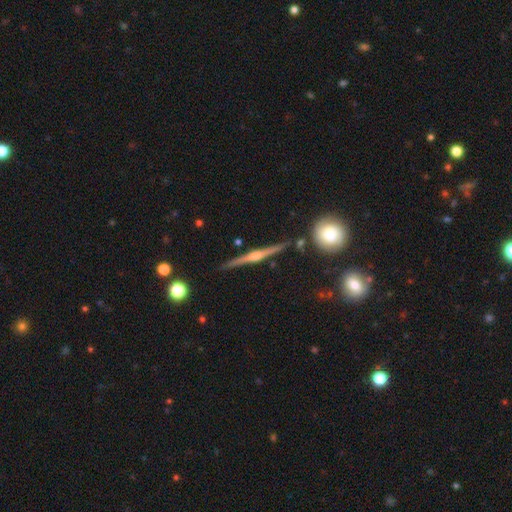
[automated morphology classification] Smooth or featured? Predicted: featured or disk (p=0.84). Edge-on disk? Predicted: yes (p=0.98). Edge-on bulge? Predicted: rounded (p=0.90). Merging? Predicted: none (p=0.90).